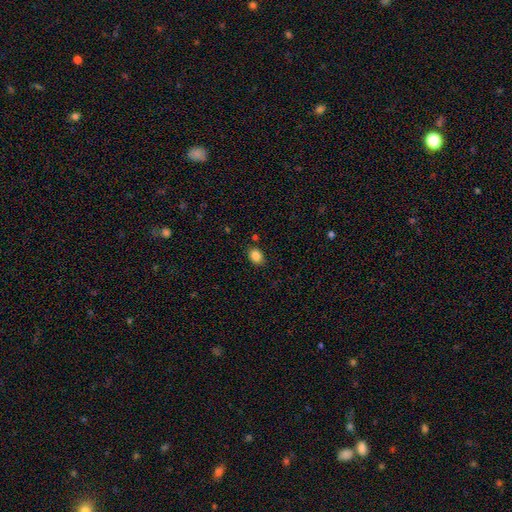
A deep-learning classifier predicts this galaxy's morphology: This is clearly a smooth galaxy (86%). How rounded: likely in between (68%). Merging: clearly none (84%).